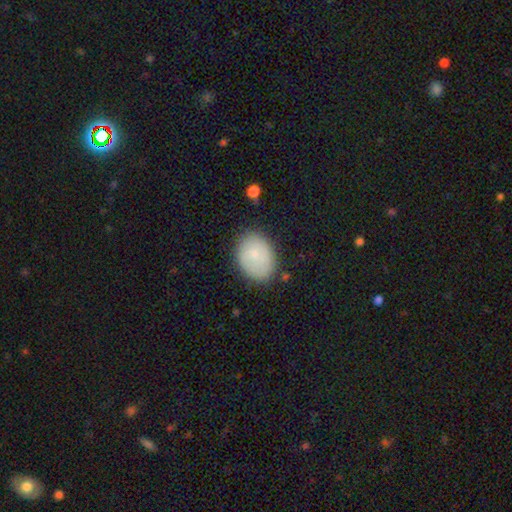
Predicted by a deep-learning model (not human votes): Smooth or featured?
  - smooth: 77% *
  - featured or disk: 16%
  - star or artifact: 7%
How rounded?
  - in between: 67% *
  - round: 32%
  - cigar-shaped: 1%
Merging?
  - none: 78% *
  - minor disturbance: 16%
  - major disturbance: 4%
  - merger: 2%